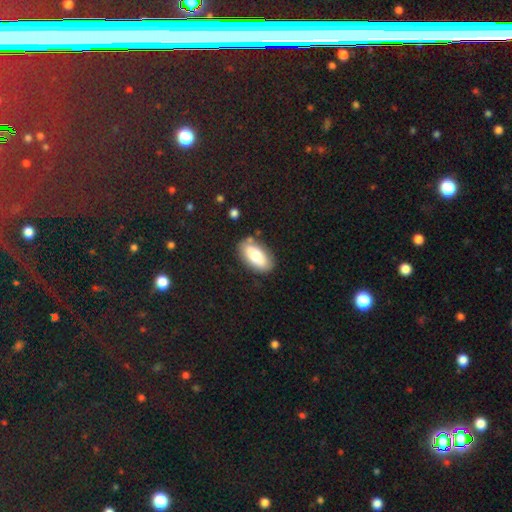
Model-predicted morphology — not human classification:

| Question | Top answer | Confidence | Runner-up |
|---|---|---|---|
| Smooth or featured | smooth | 75% | featured or disk (19%) |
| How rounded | in between | 92% | cigar-shaped (5%) |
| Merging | none | 81% | minor disturbance (13%) |